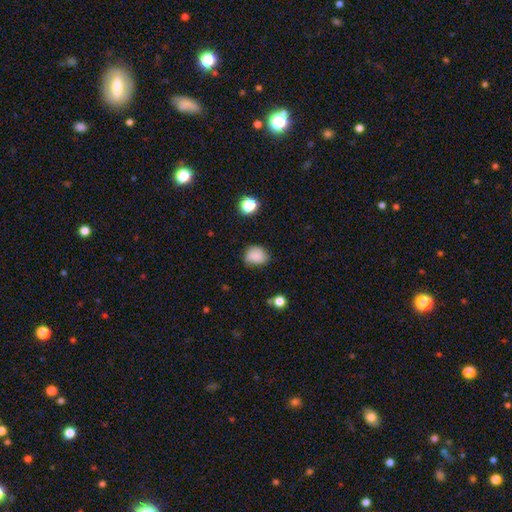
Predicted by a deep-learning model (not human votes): A smooth galaxy with no disk features (82%) that is round (57%). Merging: none (64%).